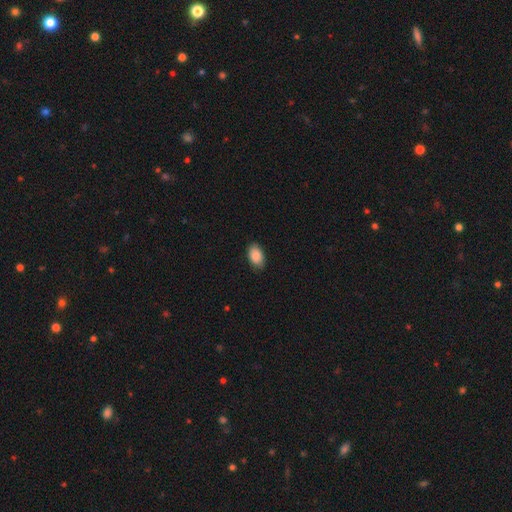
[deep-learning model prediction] The model was most divided on "merging": none: 83%, minor disturbance: 14%, major disturbance: 2%, merger: 1%. More confident: how rounded — in between (92%); smooth or featured — smooth (89%).